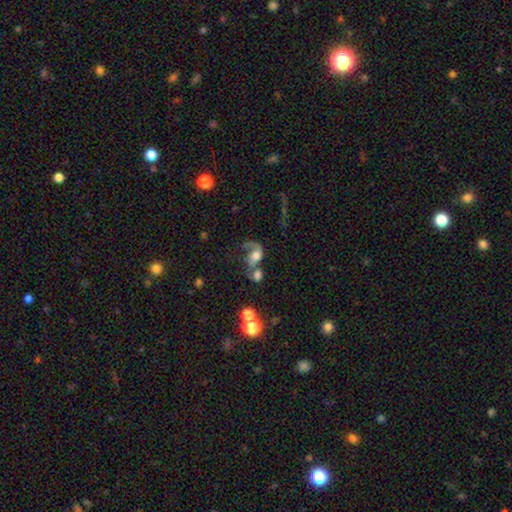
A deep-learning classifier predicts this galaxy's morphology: type=featured or disk (54%); edge-on=no (97%); bar=no (70%); spiral arms=yes (77%); bulge=moderate (46%); merging=merger (49%).